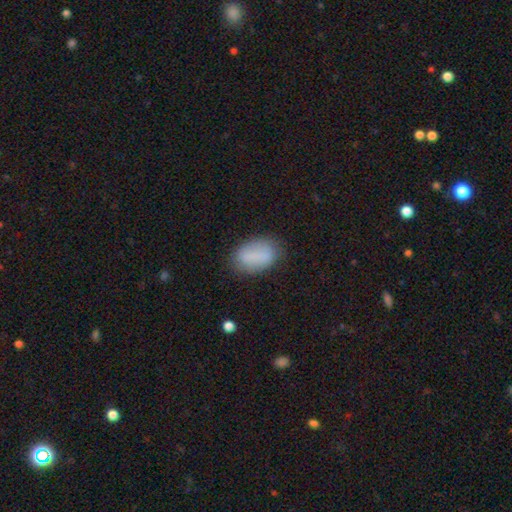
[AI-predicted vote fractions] Q: Smooth or featured?
A: smooth (77%); runner-up: featured or disk (15%)
Q: How rounded?
A: in between (88%); runner-up: round (10%)
Q: Merging?
A: none (77%); runner-up: minor disturbance (16%)